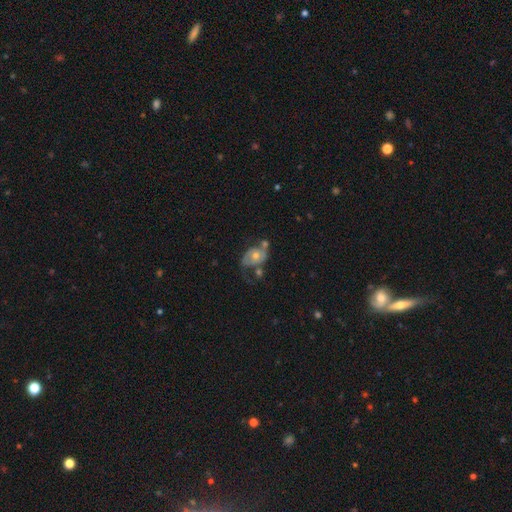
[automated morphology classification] type=featured or disk (61%); edge-on=no (96%); bar=no (79%); spiral arms=yes (65%); bulge=moderate (68%); merging=none (36%).